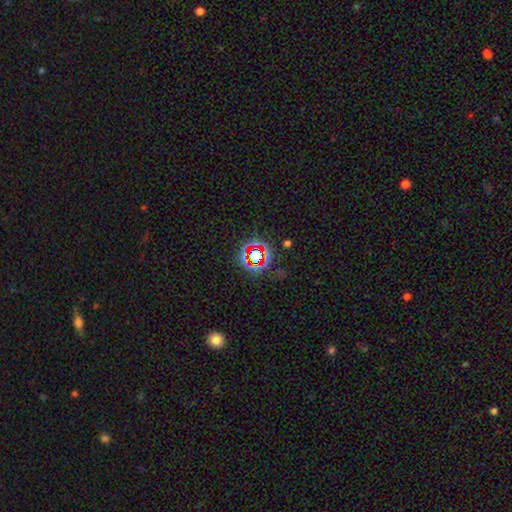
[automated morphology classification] Overall: star or artifact (71%).